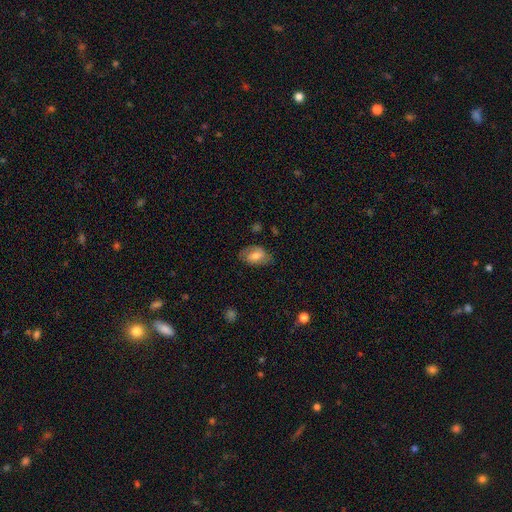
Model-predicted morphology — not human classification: This appears to be a smooth galaxy with no disk features (56%) that is in between round and cigar-shaped (84%). Merging: none (69%).